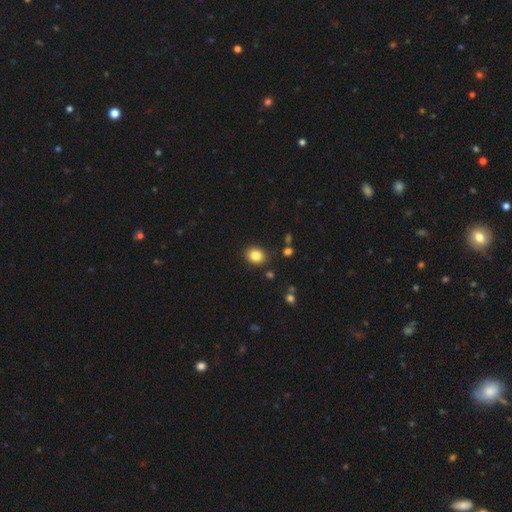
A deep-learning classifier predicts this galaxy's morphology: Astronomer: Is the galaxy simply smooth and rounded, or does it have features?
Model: smooth — 85%.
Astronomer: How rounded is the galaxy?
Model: round — 65%.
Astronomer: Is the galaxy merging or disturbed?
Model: none — 88%.